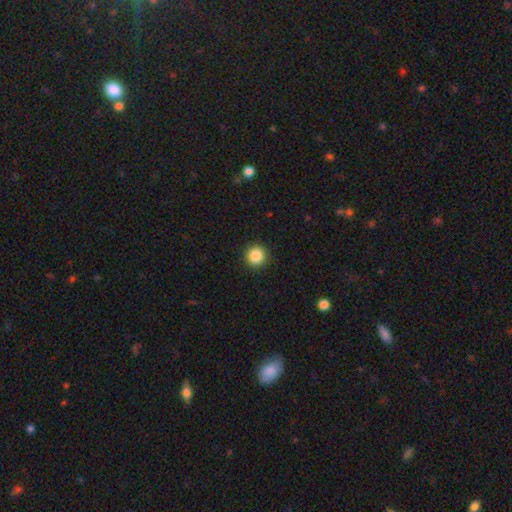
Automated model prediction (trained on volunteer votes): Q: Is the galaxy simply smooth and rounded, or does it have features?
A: smooth — 87%.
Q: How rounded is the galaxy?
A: round — 95%.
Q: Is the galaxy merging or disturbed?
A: none — 92%.